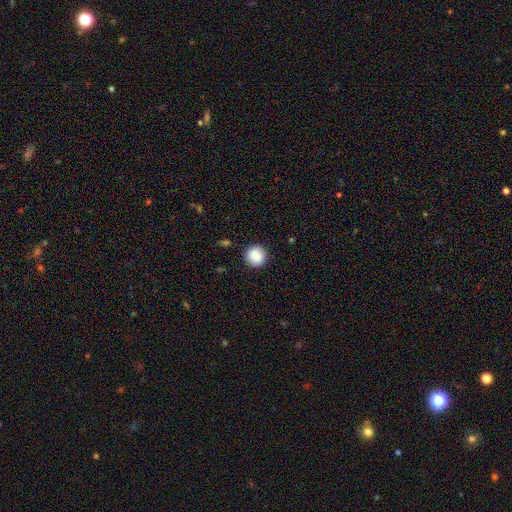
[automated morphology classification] A smooth galaxy with no disk features (88%) that is round (95%).

Vote fractions:
- Smooth or featured? smooth: 88% / star or artifact: 8% / featured or disk: 4%
- How rounded? round: 95% / in between: 5% / cigar-shaped: 1%
- Merging? none: 91% / minor disturbance: 6% / major disturbance: 2% / merger: 1%